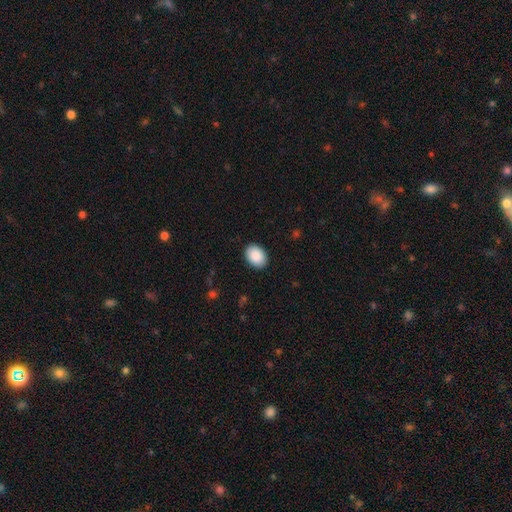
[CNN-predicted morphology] A smooth galaxy with no disk features (90%) that is in between round and cigar-shaped (76%). Merging: none (90%).